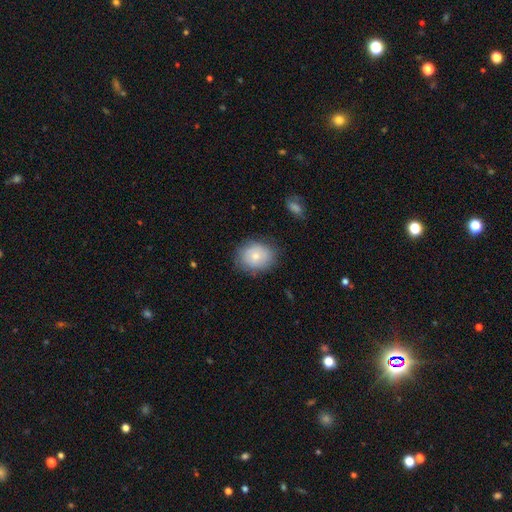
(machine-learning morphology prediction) This appears to be a smooth galaxy with no disk features (72%) that is round (51%). Merging: none (77%).